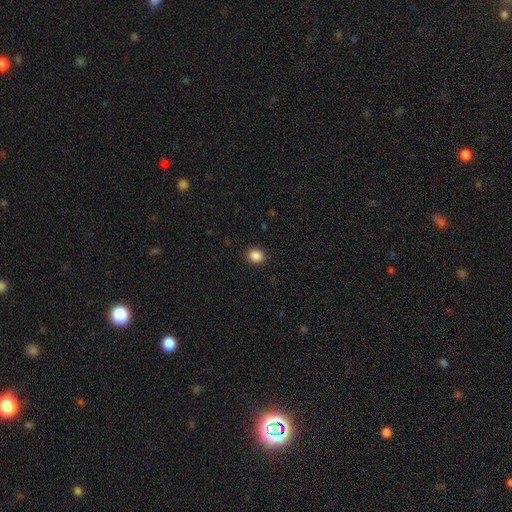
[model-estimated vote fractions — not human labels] Morphology: type=smooth (87%); roundness=round (72%); merging=none (91%).